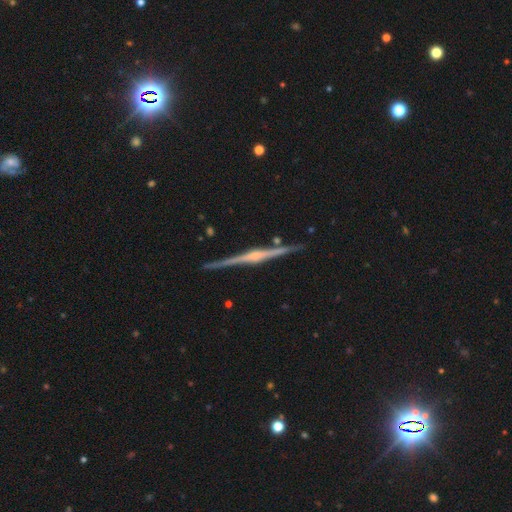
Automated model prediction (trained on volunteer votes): Smooth or featured? featured or disk (88%)
Edge-on disk? yes (99%)
Edge-on bulge? rounded (74%)
Merging? none (90%)